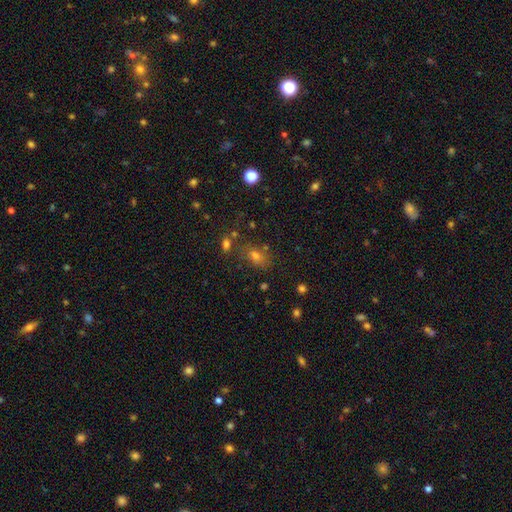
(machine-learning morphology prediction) smooth-or-featured: smooth: 61% | star or artifact: 27% | featured or disk: 12%
  how-rounded: in between: 73% | round: 22% | cigar-shaped: 4%
  merging: none: 67% | minor disturbance: 15% | merger: 12% | major disturbance: 6%